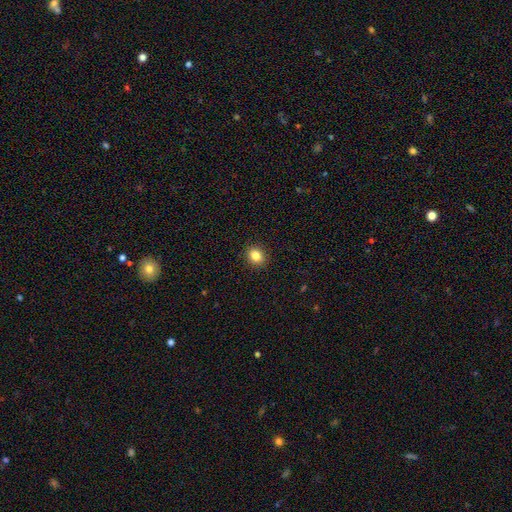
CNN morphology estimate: This is clearly a smooth galaxy (84%). How rounded: likely round (62%). Merging: clearly none (91%).